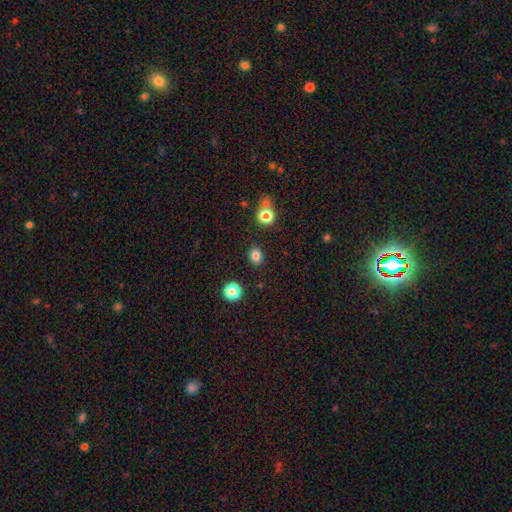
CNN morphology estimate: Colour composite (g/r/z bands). It shows a smooth galaxy with no disk features (82%) that is round (61%). Merging: none (87%).